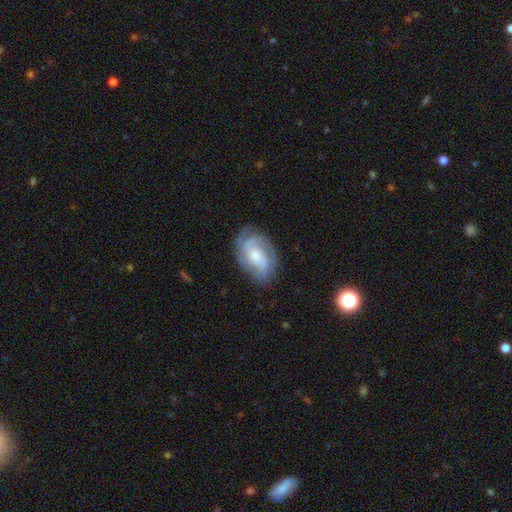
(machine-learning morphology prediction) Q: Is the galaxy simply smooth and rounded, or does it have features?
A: featured or disk — 71%.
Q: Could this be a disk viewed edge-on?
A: no — 97%.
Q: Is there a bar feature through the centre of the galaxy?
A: no — 61%.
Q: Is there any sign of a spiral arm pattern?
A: yes — 89%.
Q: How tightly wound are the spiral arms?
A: tight — 48%.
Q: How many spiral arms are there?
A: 2 — 43%.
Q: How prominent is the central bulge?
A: moderate — 46%.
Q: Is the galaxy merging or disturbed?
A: none — 71%.